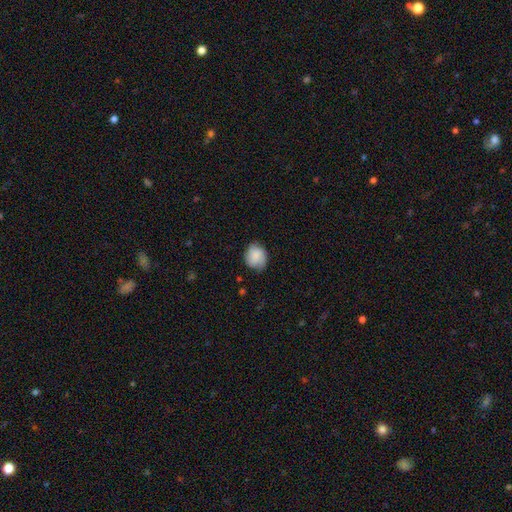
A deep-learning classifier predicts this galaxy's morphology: Smooth or featured: smooth — 71% (featured or disk — 21%)
How rounded: round — 59% (in between — 40%)
Merging: none — 69% (minor disturbance — 24%)